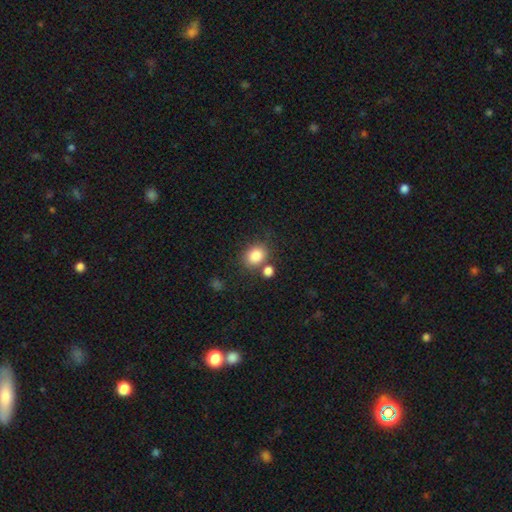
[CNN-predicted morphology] smooth_or_featured: smooth (p=0.84) [alt: star or artifact p=0.10]
how_rounded: round (p=0.57) [alt: in between p=0.42]
merging: none (p=0.67) [alt: merger p=0.17]